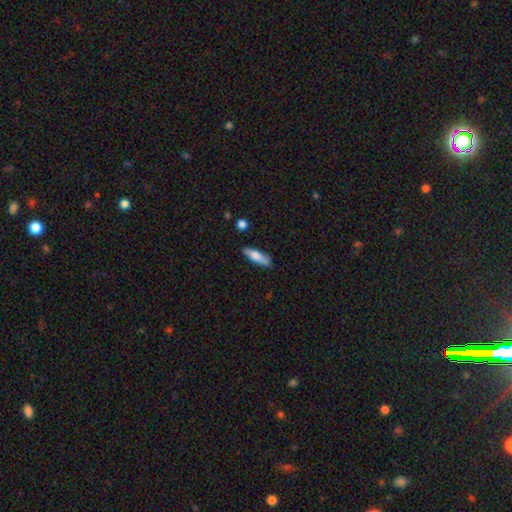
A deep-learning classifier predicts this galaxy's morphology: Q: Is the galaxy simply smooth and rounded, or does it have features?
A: smooth — 71%.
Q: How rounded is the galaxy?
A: cigar-shaped — 59%.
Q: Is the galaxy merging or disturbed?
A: none — 74%.